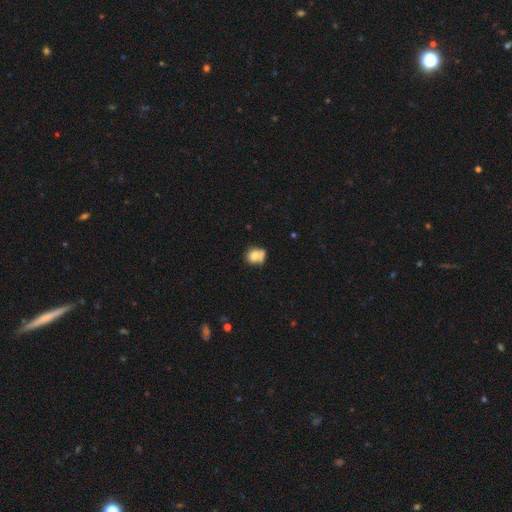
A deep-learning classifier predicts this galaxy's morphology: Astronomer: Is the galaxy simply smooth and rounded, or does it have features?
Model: smooth — 72%.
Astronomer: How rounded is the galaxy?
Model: round — 70%.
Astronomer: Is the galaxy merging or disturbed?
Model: none — 42% (runner-up: merger, 31%).